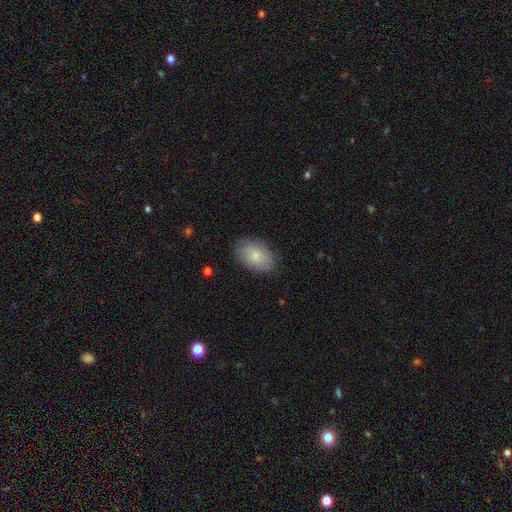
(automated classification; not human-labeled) Overall: smooth (81%). How rounded: in between (90%). Merging: none (83%).